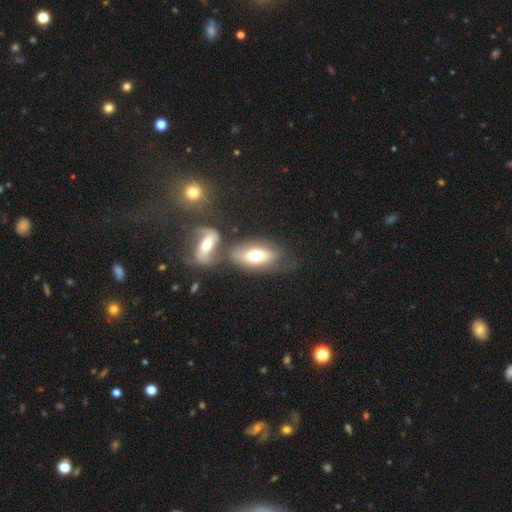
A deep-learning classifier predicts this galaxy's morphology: Smooth or featured? smooth (60%)
How rounded? in between (87%)
Merging? none (42%)